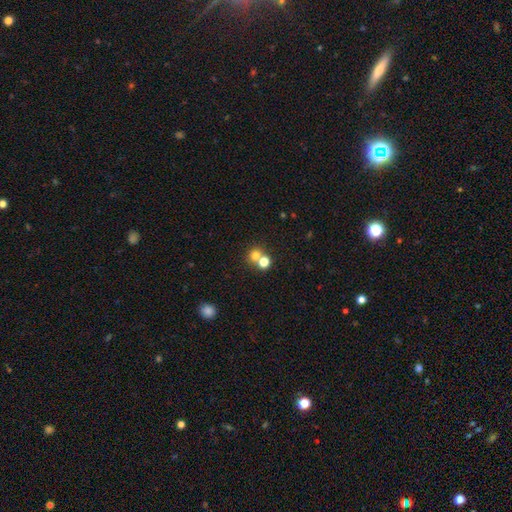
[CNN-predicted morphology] Smooth or featured? smooth (70%)
How rounded? round (85%)
Merging? none (49%)